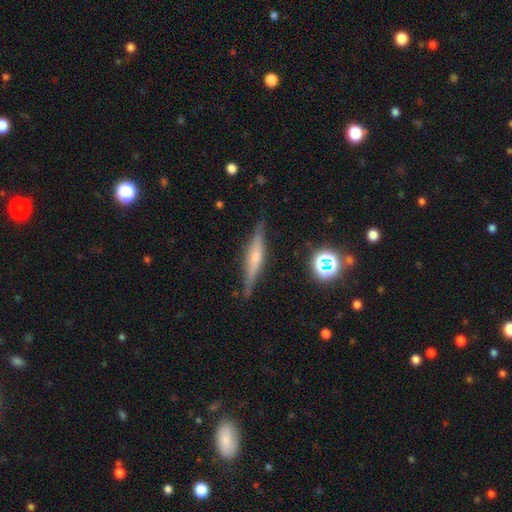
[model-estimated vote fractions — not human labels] This appears to be a featured or disk galaxy (64%) viewed edge-on (96%) with a rounded central bulge (68%). Merging: none (86%).